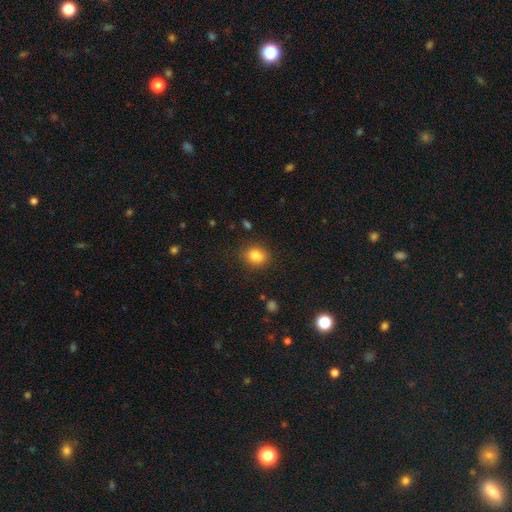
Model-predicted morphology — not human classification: Smooth or featured? Predicted: smooth (p=0.84). How rounded? Predicted: in between (p=0.50). Merging? Predicted: none (p=0.84).